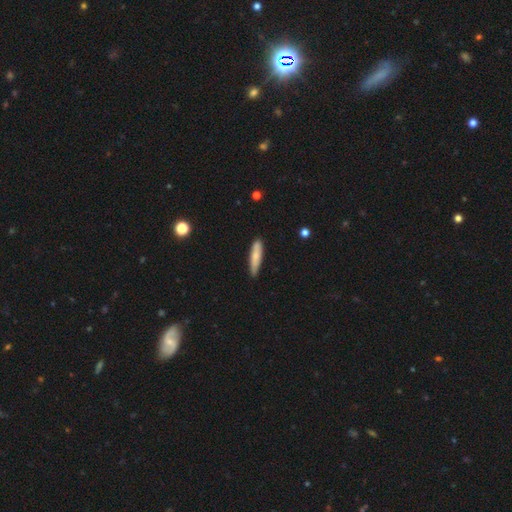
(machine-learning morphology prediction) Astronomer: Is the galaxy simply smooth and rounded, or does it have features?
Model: smooth — 70%.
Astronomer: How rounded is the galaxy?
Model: cigar-shaped — 79%.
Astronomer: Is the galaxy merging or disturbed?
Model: none — 78%.